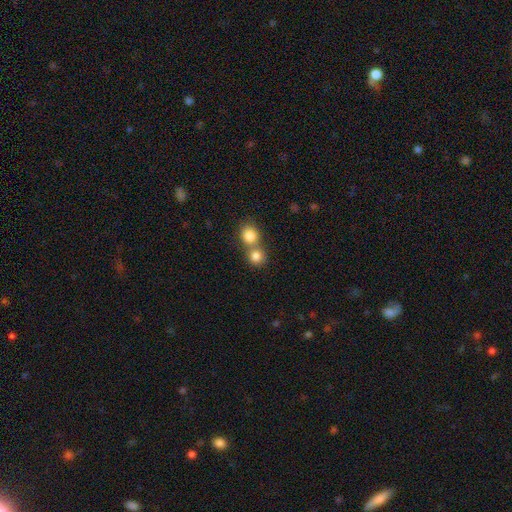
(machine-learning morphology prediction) smooth_or_featured: smooth (p=0.82) [alt: star or artifact p=0.10]
how_rounded: round (p=0.83) [alt: in between p=0.16]
merging: merger (p=0.52) [alt: none p=0.41]